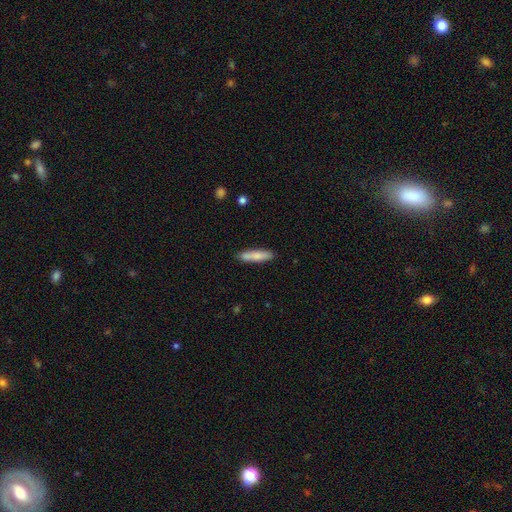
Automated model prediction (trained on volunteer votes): Smooth or featured?
  - smooth: 79% *
  - featured or disk: 15%
  - star or artifact: 6%
How rounded?
  - cigar-shaped: 82% *
  - in between: 17%
  - round: 1%
Merging?
  - none: 83% *
  - minor disturbance: 11%
  - merger: 3%
  - major disturbance: 2%